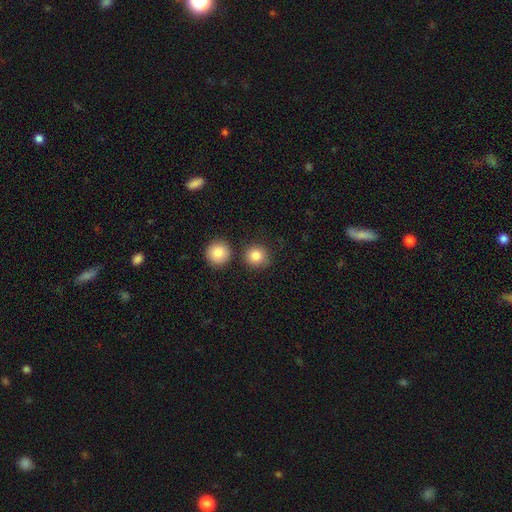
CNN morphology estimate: This is clearly a smooth galaxy (84%). How rounded: clearly round (92%). Merging: clearly none (82%).